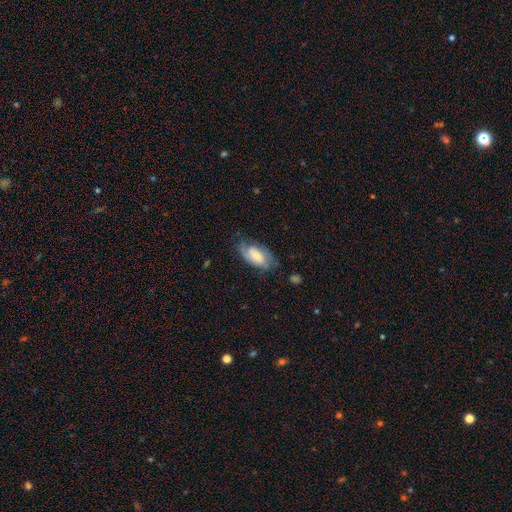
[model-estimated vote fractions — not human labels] Smooth or featured: featured or disk — 53% (smooth — 40%)
Edge-on disk: no — 92% (yes — 8%)
Merging: none — 61% (minor disturbance — 26%)